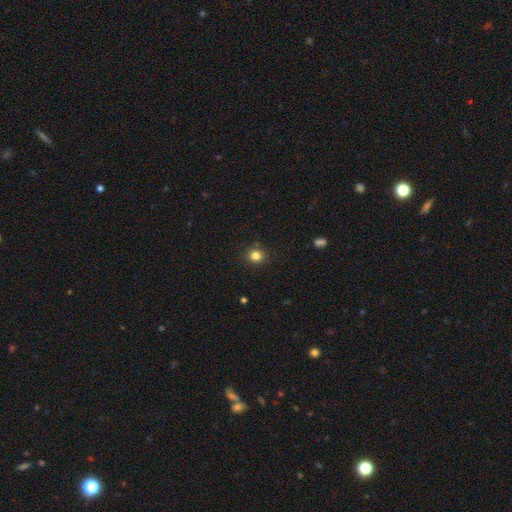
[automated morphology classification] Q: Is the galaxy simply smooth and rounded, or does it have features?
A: smooth — 82%.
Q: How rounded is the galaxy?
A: round — 86%.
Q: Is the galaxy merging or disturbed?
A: none — 89%.